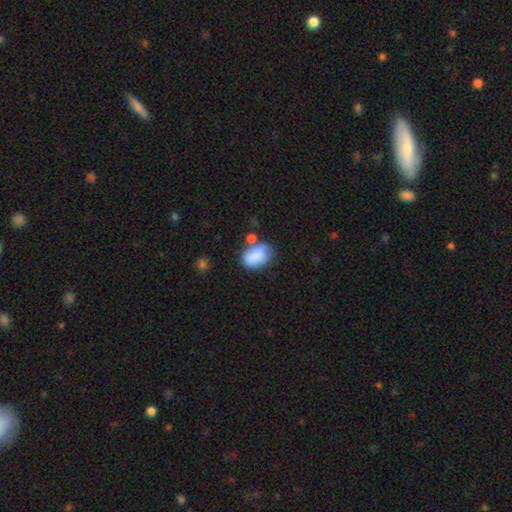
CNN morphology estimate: The model was most divided on "merging": none: 53%, minor disturbance: 23%, merger: 16%, major disturbance: 8%. More confident: smooth or featured — smooth (83%); how rounded — in between (80%).